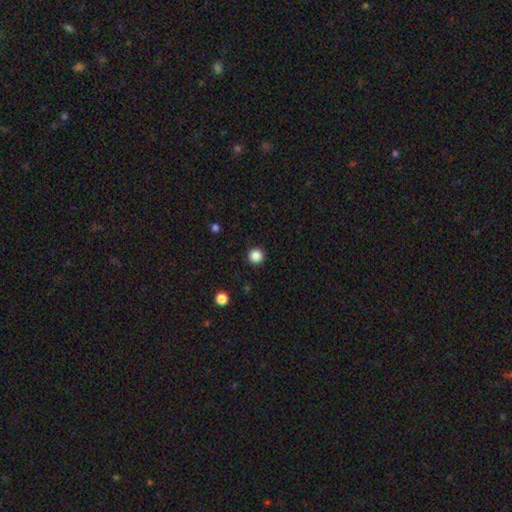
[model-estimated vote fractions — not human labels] Morphology: type=smooth (86%); roundness=round (96%); merging=none (93%).